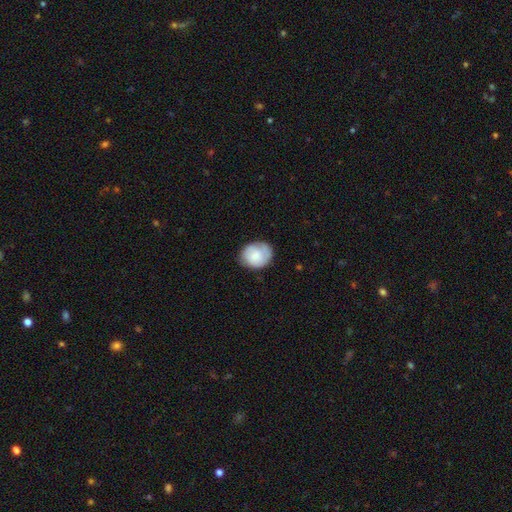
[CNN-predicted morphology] smooth_or_featured: smooth (p=0.67) [alt: featured or disk p=0.26]
how_rounded: round (p=0.62) [alt: in between p=0.37]
merging: none (p=0.70) [alt: minor disturbance p=0.23]